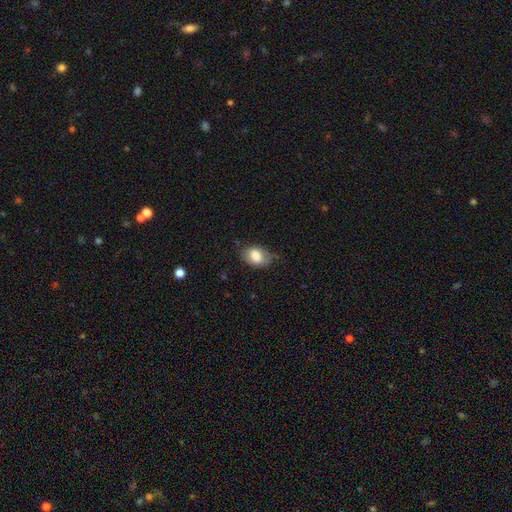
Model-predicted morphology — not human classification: Smooth or featured? Predicted: smooth (p=0.76). How rounded? Predicted: in between (p=0.84). Merging? Predicted: none (p=0.60).